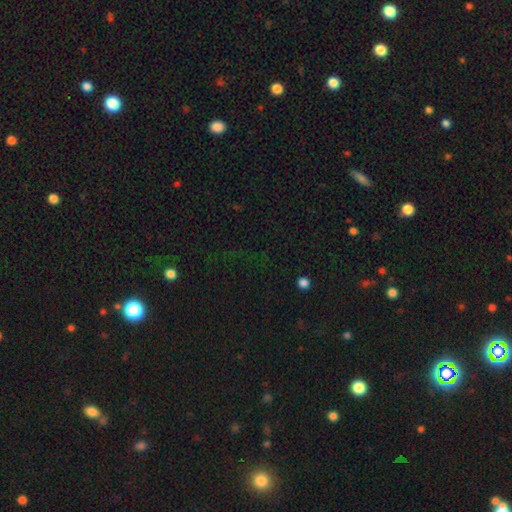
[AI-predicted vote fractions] This appears to be a star or artifact, not a galaxy (68%).